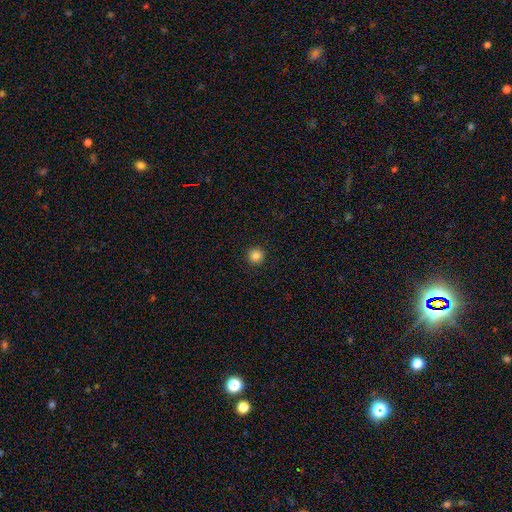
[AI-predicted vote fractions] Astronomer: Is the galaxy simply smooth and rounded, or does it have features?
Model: smooth — 85%.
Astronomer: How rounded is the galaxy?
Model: round — 96%.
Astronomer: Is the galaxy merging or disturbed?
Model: none — 93%.